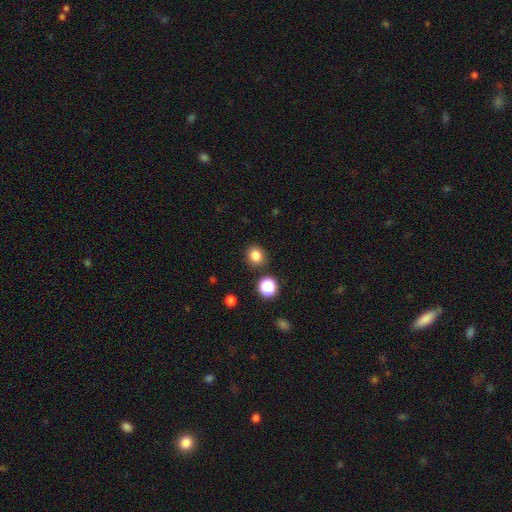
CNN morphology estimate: Q: Smooth or featured?
A: smooth (82%); runner-up: star or artifact (13%)
Q: How rounded?
A: round (74%); runner-up: in between (25%)
Q: Merging?
A: none (86%); runner-up: minor disturbance (8%)